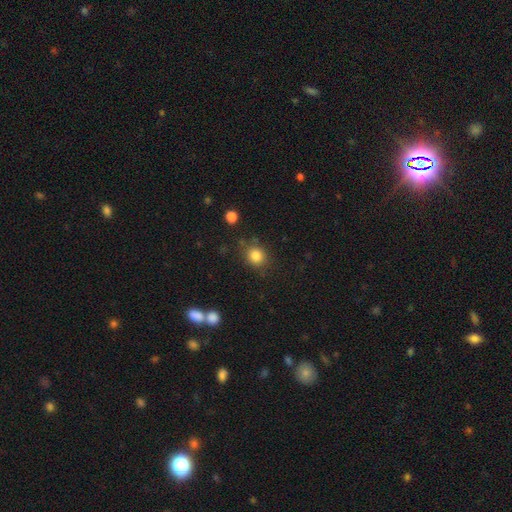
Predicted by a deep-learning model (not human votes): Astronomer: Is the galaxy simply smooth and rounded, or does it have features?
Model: smooth — 84%.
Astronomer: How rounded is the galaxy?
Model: round — 79%.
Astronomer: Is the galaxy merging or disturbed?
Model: none — 80%.